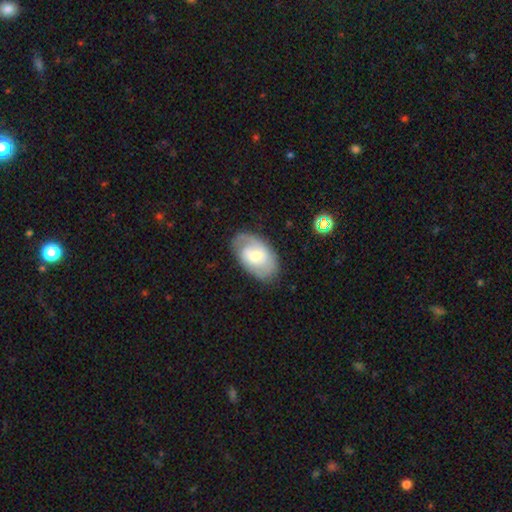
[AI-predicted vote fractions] Smooth or featured: featured or disk — 60% (smooth — 34%)
Edge-on disk: no — 94% (yes — 6%)
Bar: no — 56% (weak — 36%)
Spiral arms: yes — 76% (no — 24%)
Bulge size: moderate — 52% (small — 40%)
Merging: none — 76% (minor disturbance — 17%)